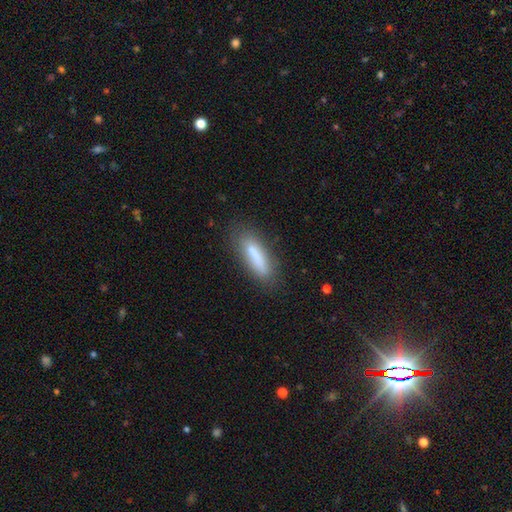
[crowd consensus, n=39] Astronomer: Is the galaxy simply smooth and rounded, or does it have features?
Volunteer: smooth — 77%.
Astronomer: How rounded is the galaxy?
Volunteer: cigar-shaped — 63%.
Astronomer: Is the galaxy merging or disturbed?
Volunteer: none — 62%.